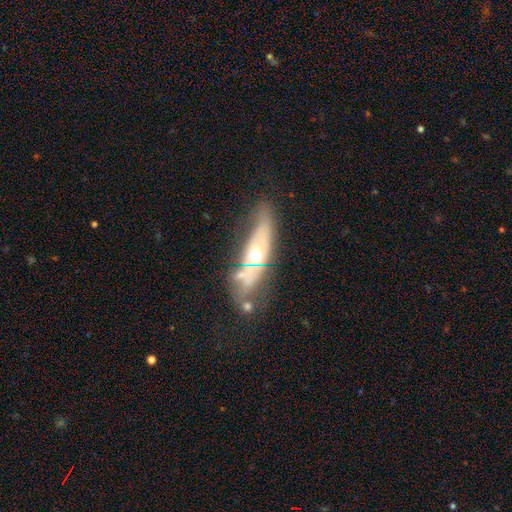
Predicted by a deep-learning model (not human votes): Smooth or featured? featured or disk (62%)
Edge-on disk? no (54%)
Merging? none (49%)